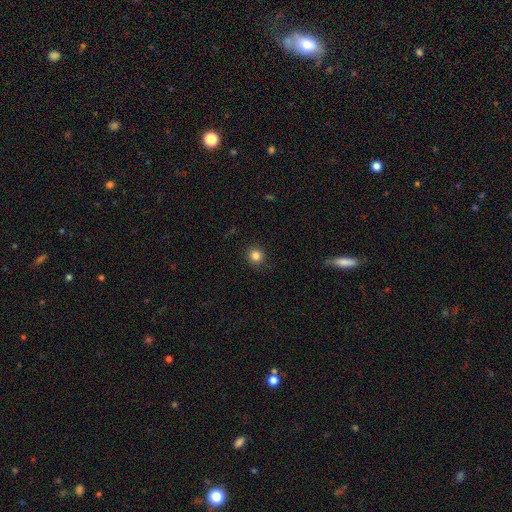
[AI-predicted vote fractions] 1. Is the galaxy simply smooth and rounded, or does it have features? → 84% smooth, 12% star or artifact, 4% featured or disk.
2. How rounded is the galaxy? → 92% round, 7% in between, 1% cigar-shaped.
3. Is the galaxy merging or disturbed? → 90% none, 7% minor disturbance, 2% major disturbance, 1% merger.